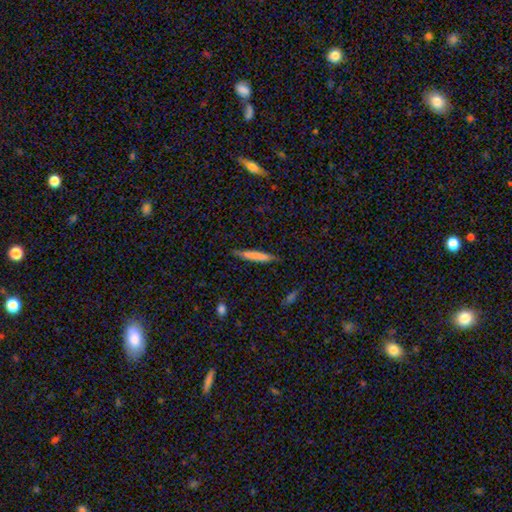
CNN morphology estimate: This is likely a smooth galaxy (73%). How rounded: clearly cigar-shaped (93%). Merging: clearly none (82%).